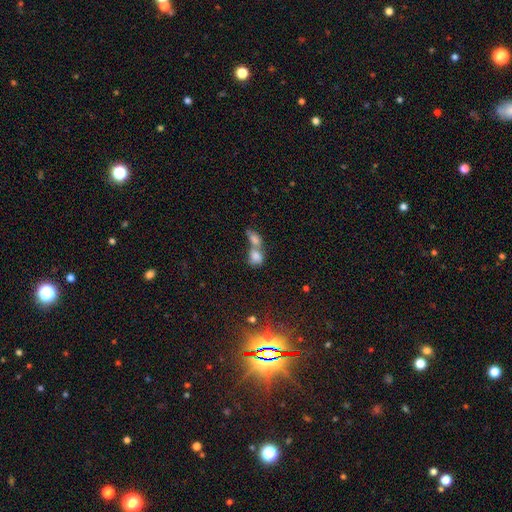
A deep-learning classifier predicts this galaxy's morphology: This appears to be a smooth galaxy with no disk features (74%) that is in between round and cigar-shaped (63%). Merging: merger (72%).